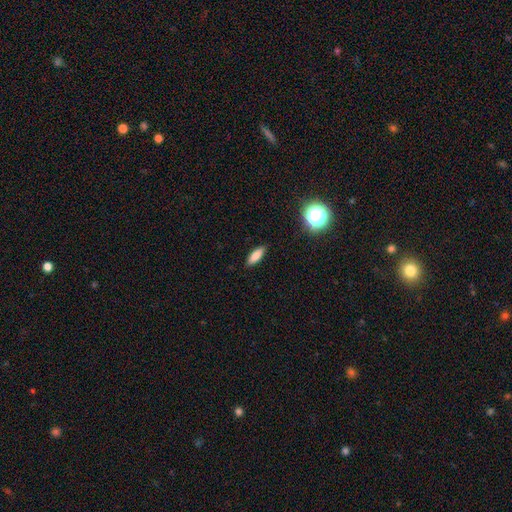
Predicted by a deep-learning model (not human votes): Smooth or featured? Predicted: smooth (p=0.81). How rounded? Predicted: in between (p=0.56). Merging? Predicted: none (p=0.88).